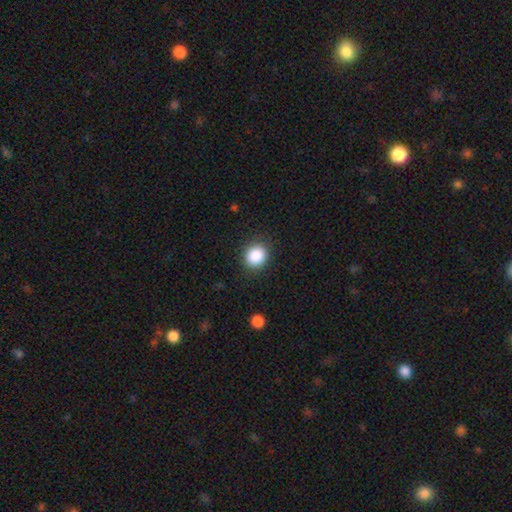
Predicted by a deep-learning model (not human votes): smooth_or_featured: smooth (p=0.88) [alt: star or artifact p=0.09]
how_rounded: round (p=0.75) [alt: in between p=0.24]
merging: none (p=0.88) [alt: minor disturbance p=0.08]